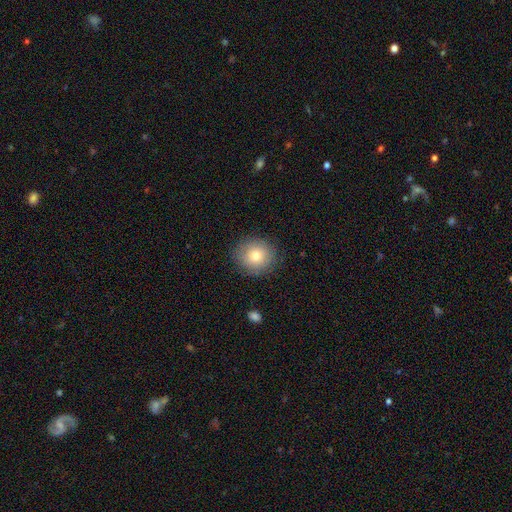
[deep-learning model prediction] Smooth or featured?
  - smooth: 77% *
  - featured or disk: 13%
  - star or artifact: 10%
How rounded?
  - round: 86% *
  - in between: 13%
  - cigar-shaped: 1%
Merging?
  - none: 87% *
  - minor disturbance: 9%
  - major disturbance: 3%
  - merger: 1%